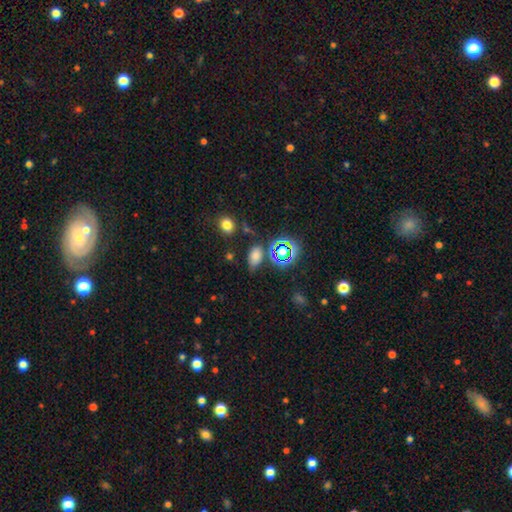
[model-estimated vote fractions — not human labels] Smooth or featured? Predicted: smooth (p=0.67). How rounded? Predicted: in between (p=0.88). Merging? Predicted: none (p=0.71).